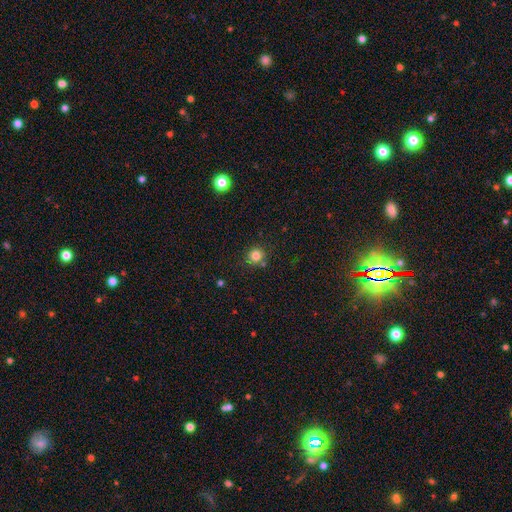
smooth_or_featured: smooth (p=0.90) [alt: star or artifact p=0.08]
how_rounded: round (p=0.97) [alt: in between p=0.03]
merging: none (p=0.81) [alt: minor disturbance p=0.08]